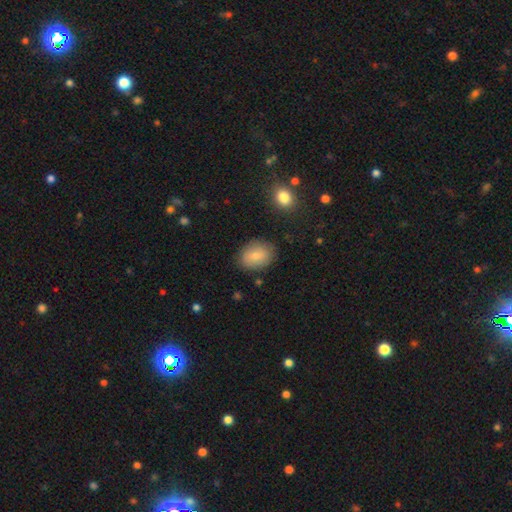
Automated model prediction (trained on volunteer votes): A smooth galaxy with no disk features (81%) that is in between round and cigar-shaped (70%). Merging: none (82%).